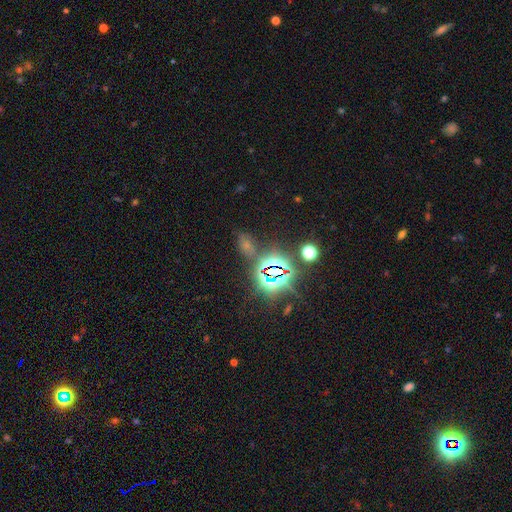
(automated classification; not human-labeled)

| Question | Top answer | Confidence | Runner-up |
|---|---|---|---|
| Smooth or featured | star or artifact | 82% | smooth (11%) |